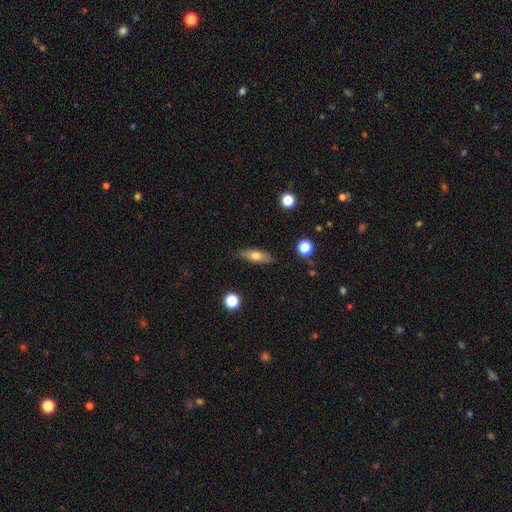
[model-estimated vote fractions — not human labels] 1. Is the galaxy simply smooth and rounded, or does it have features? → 68% smooth, 24% featured or disk, 8% star or artifact.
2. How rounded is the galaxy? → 60% in between, 36% cigar-shaped, 4% round.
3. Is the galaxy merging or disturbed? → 85% none, 11% minor disturbance, 2% major disturbance, 2% merger.